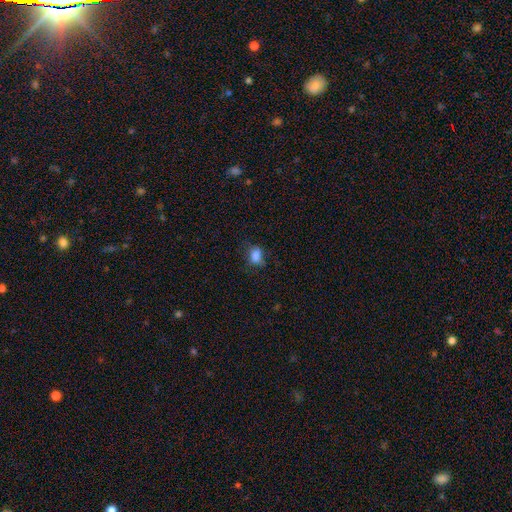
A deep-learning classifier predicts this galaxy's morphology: smooth-or-featured: smooth: 83% | star or artifact: 11% | featured or disk: 6%
  how-rounded: in between: 72% | round: 26% | cigar-shaped: 2%
  merging: none: 64% | minor disturbance: 25% | major disturbance: 10% | merger: 2%